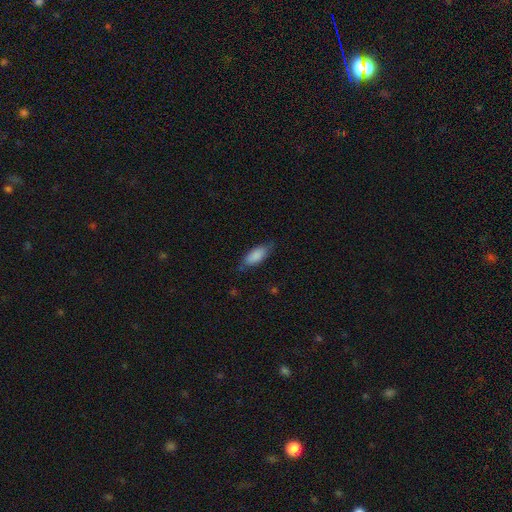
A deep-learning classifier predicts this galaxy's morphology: Smooth or featured? Predicted: smooth (p=0.85). How rounded? Predicted: in between (p=0.82). Merging? Predicted: none (p=0.70).